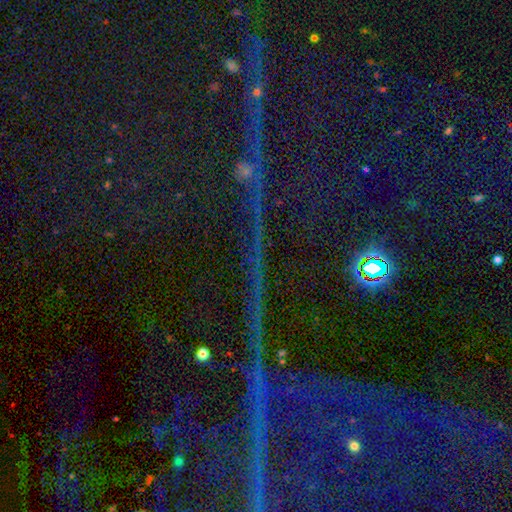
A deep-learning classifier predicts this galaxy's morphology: A star or artifact, not a galaxy (83%).

Vote fractions:
- Smooth or featured? star or artifact: 83% / featured or disk: 9% / smooth: 8%